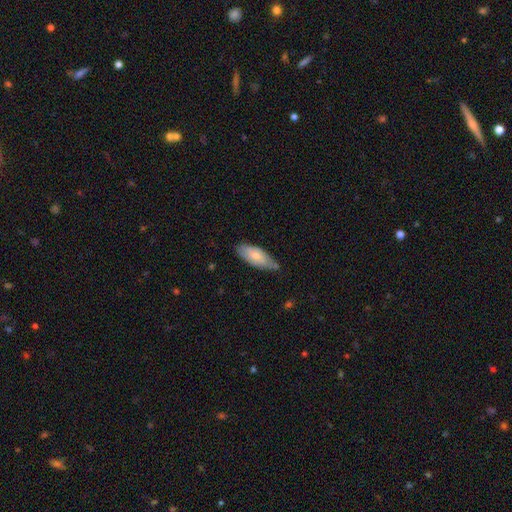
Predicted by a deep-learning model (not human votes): Smooth or featured? Predicted: smooth (p=0.71). How rounded? Predicted: in between (p=0.78). Merging? Predicted: none (p=0.63).